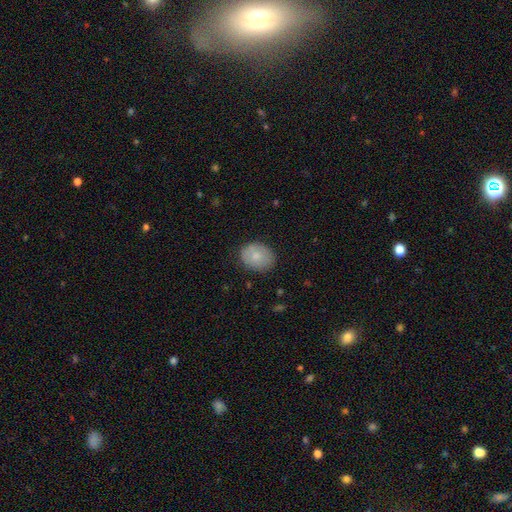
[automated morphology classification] A smooth galaxy with no disk features (76%) that is round (51%). Merging: none (81%).